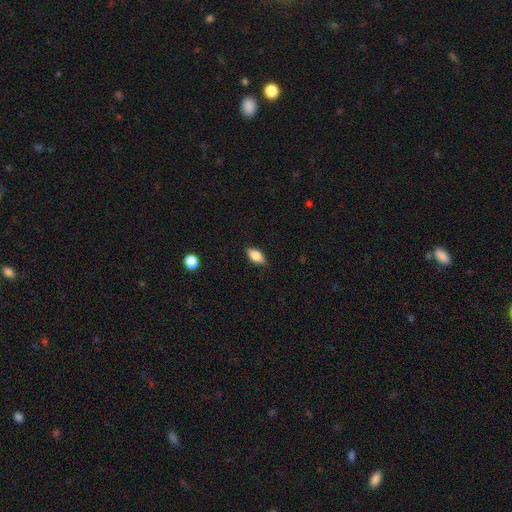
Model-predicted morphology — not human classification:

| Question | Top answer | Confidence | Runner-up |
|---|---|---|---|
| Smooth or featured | smooth | 79% | featured or disk (14%) |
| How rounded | in between | 87% | cigar-shaped (9%) |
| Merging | none | 84% | minor disturbance (12%) |